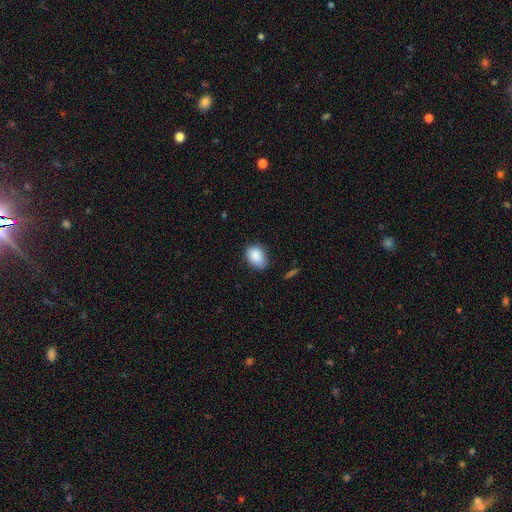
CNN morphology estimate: smooth-or-featured: smooth: 88% | star or artifact: 7% | featured or disk: 4%
  how-rounded: in between: 77% | round: 21% | cigar-shaped: 1%
  merging: none: 77% | minor disturbance: 18% | major disturbance: 3% | merger: 1%